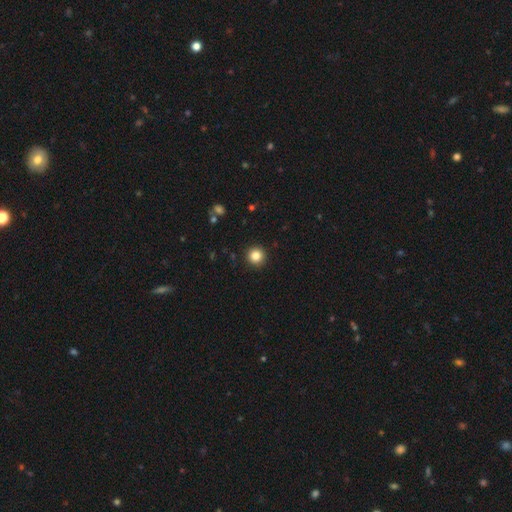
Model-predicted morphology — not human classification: This is clearly a smooth galaxy (85%). How rounded: clearly round (95%). Merging: clearly none (92%).